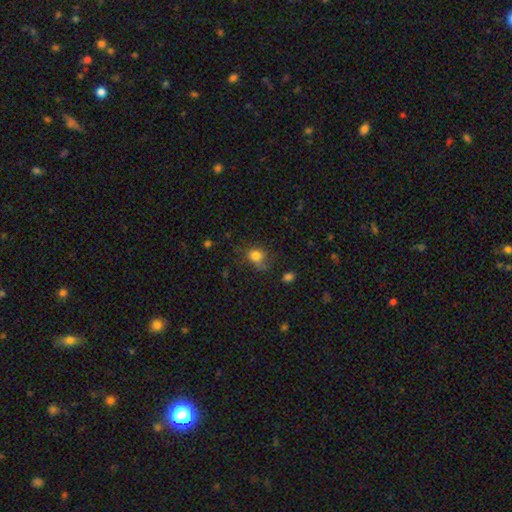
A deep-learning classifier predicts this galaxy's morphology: This is likely a smooth galaxy (78%). How rounded: likely round (63%). Merging: possibly none (54%).